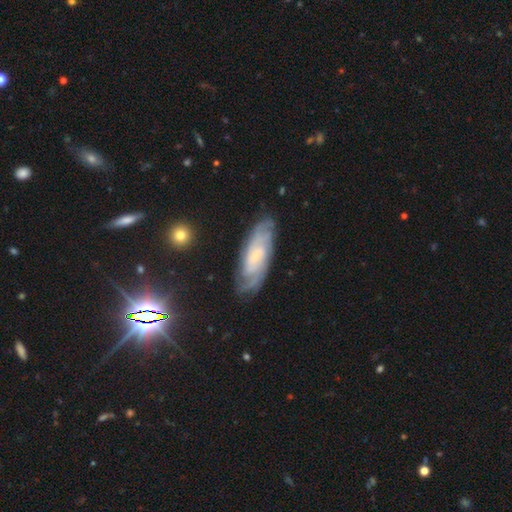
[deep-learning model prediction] The model was most divided on "spiral arm count": can't tell: 43%, 2: 26%, 3: 14%, 4: 8%, more than 4: 5%, 1: 4%. More confident: spiral arms — yes (95%); edge-on disk — no (88%); smooth or featured — featured or disk (77%); merging — none (76%); bulge size — small (62%); spiral winding — tight (60%); bar — no (55%).